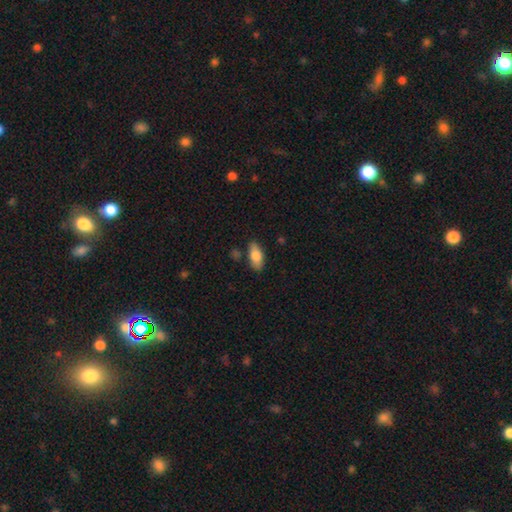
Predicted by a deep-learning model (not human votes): This appears to be a smooth galaxy with no disk features (78%) that is in between round and cigar-shaped (85%). Merging: none (82%).